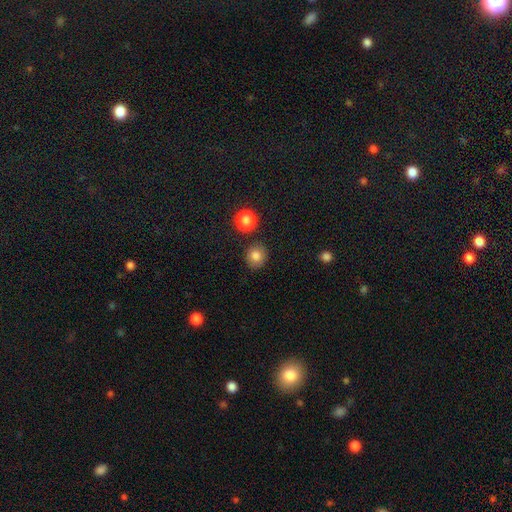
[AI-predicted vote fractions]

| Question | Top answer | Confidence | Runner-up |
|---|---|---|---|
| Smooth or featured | smooth | 82% | star or artifact (12%) |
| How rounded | round | 86% | in between (13%) |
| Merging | none | 86% | minor disturbance (8%) |